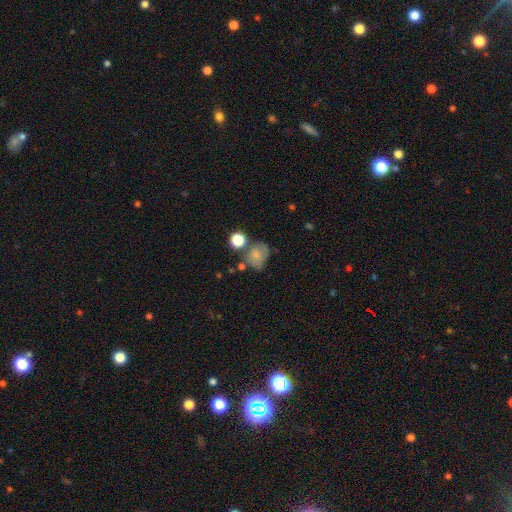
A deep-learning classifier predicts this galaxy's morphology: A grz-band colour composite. It shows a smooth galaxy with no disk features (71%) that is in between round and cigar-shaped (50%). Merging: none (45%).